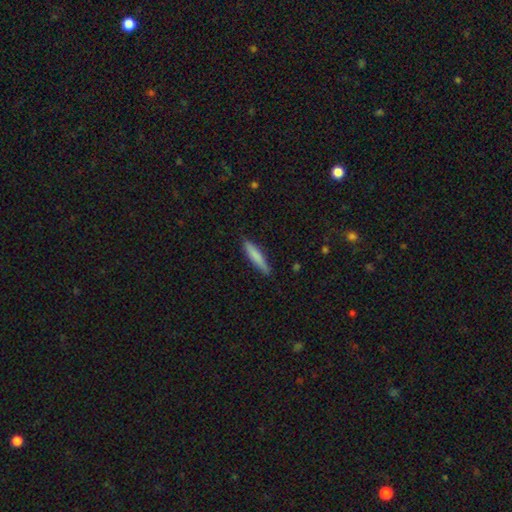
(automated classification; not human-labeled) Smooth or featured? Predicted: smooth (p=0.77). How rounded? Predicted: cigar-shaped (p=0.90). Merging? Predicted: none (p=0.86).